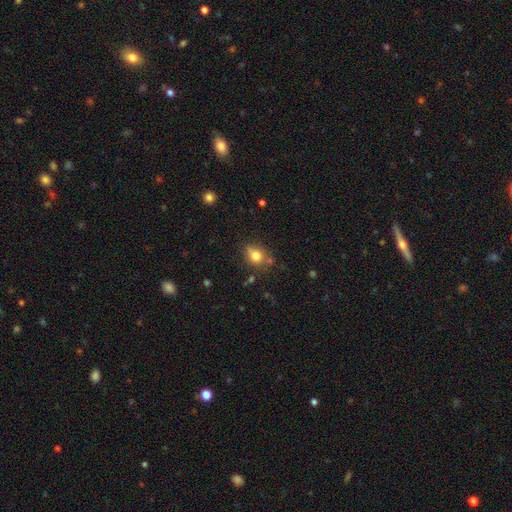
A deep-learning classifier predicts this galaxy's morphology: The model was most divided on "how rounded": round: 60%, in between: 39%, cigar-shaped: 1%. More confident: smooth or featured — smooth (78%); merging — none (66%).